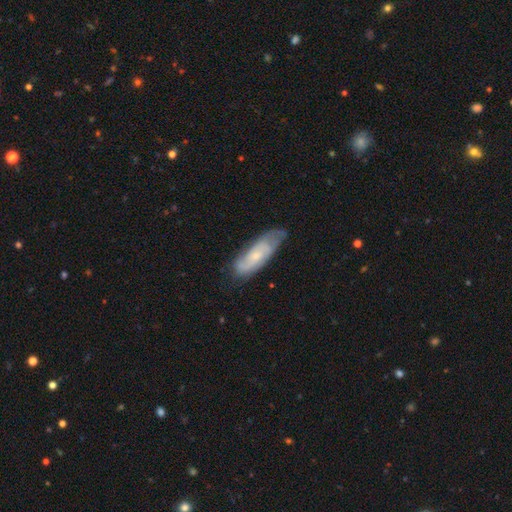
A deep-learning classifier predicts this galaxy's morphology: A featured or disk galaxy (61%) with no bar (70%), spiral arms (85%) and a small central bulge (69%).

Vote fractions:
- Smooth or featured? featured or disk: 61% / smooth: 32% / star or artifact: 6%
- Edge-on disk? no: 85% / yes: 15%
- Bar? no: 70% / weak: 25% / strong: 5%
- Spiral arms? yes: 85% / no: 15%
- Bulge size? small: 69% / moderate: 25% / none: 4% / large: 1% / dominant: 1%
- Merging? none: 63% / minor disturbance: 28% / major disturbance: 8% / merger: 2%